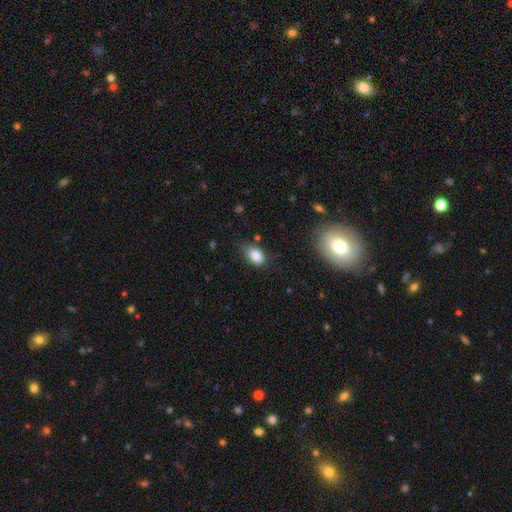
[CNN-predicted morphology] Smooth or featured?
  - smooth: 85% *
  - star or artifact: 9%
  - featured or disk: 6%
How rounded?
  - in between: 87% *
  - round: 11%
  - cigar-shaped: 2%
Merging?
  - none: 66% *
  - minor disturbance: 26%
  - major disturbance: 5%
  - merger: 2%